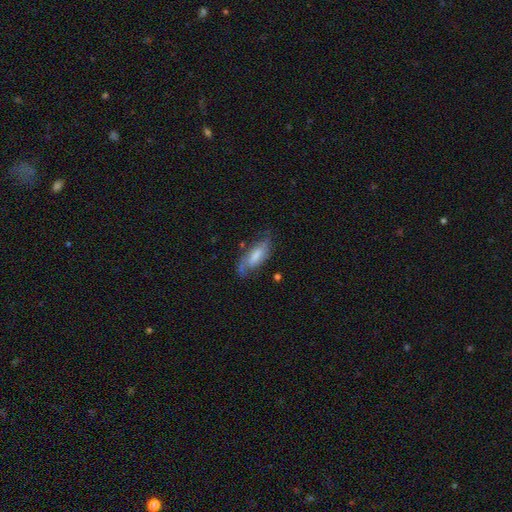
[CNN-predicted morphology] A featured or disk galaxy (56%). Merging: none (60%).